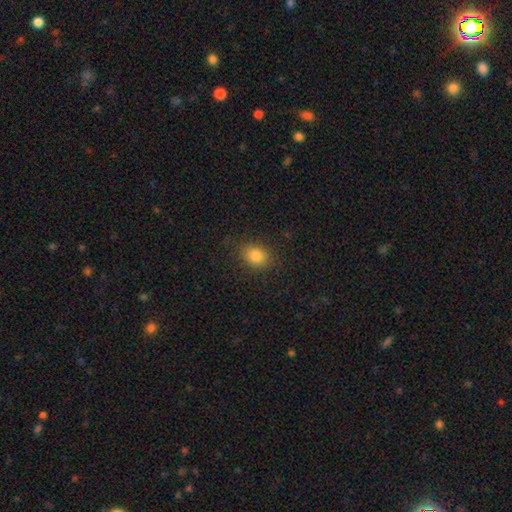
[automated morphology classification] Overall: smooth (84%). How rounded: in between (63%; round 36%). Merging: none (85%).